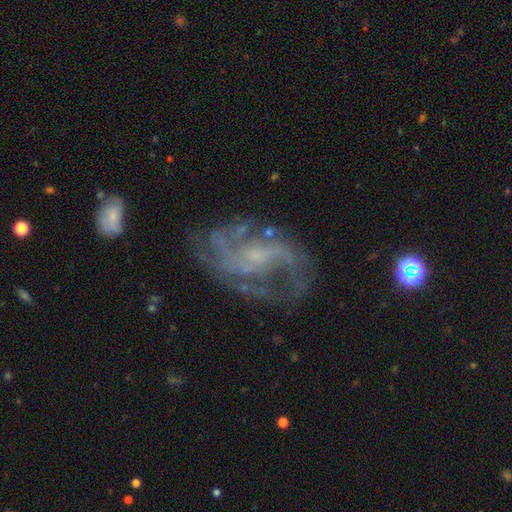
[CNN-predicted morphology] Q: Smooth or featured?
A: featured or disk (84%); runner-up: star or artifact (8%)
Q: Edge-on disk?
A: no (97%); runner-up: yes (3%)
Q: Bar?
A: no (52%); runner-up: weak (39%)
Q: Spiral arms?
A: yes (92%); runner-up: no (8%)
Q: Spiral winding?
A: medium (46%); runner-up: loose (30%)
Q: Spiral arm count?
A: 2 (32%); runner-up: can't tell (25%)
Q: Bulge size?
A: small (58%); runner-up: none (24%)
Q: Merging?
A: none (61%); runner-up: minor disturbance (18%)